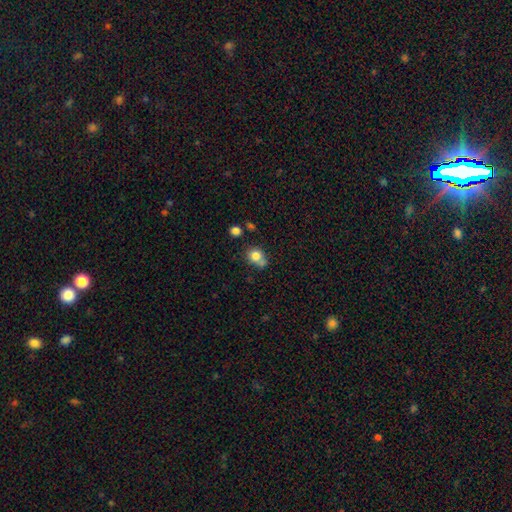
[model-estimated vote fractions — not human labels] Smooth or featured?
  - smooth: 80% *
  - star or artifact: 11%
  - featured or disk: 9%
How rounded?
  - round: 71% *
  - in between: 28%
  - cigar-shaped: 1%
Merging?
  - none: 51% *
  - merger: 24%
  - minor disturbance: 19%
  - major disturbance: 6%